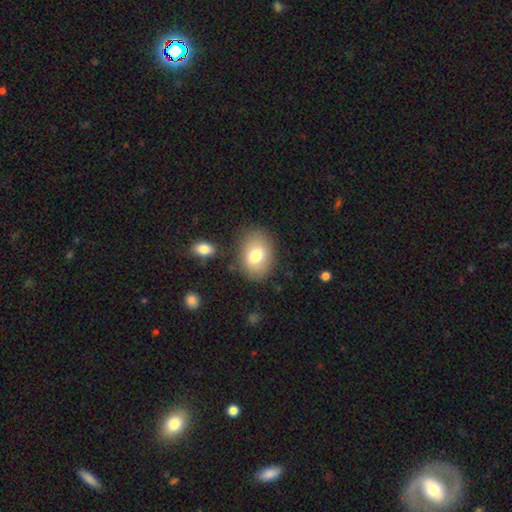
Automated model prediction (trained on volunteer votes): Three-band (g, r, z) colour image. It shows a smooth galaxy with no disk features (75%) that is in between round and cigar-shaped (76%). Merging: none (80%).